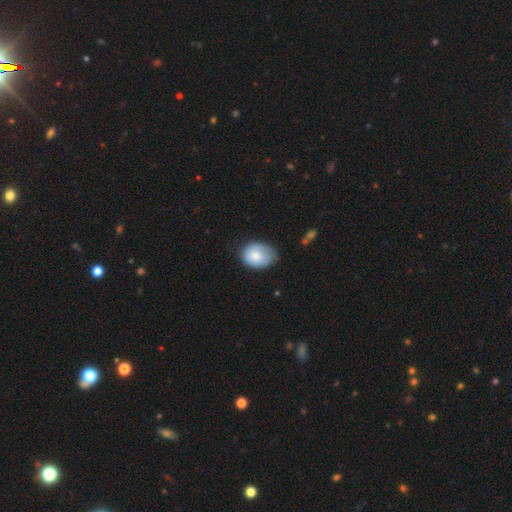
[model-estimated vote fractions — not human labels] A smooth galaxy with no disk features (81%) that is in between round and cigar-shaped (63%).

Vote fractions:
- Smooth or featured? smooth: 81% / featured or disk: 12% / star or artifact: 7%
- How rounded? in between: 63% / round: 36% / cigar-shaped: 1%
- Merging? none: 60% / minor disturbance: 32% / major disturbance: 7% / merger: 2%